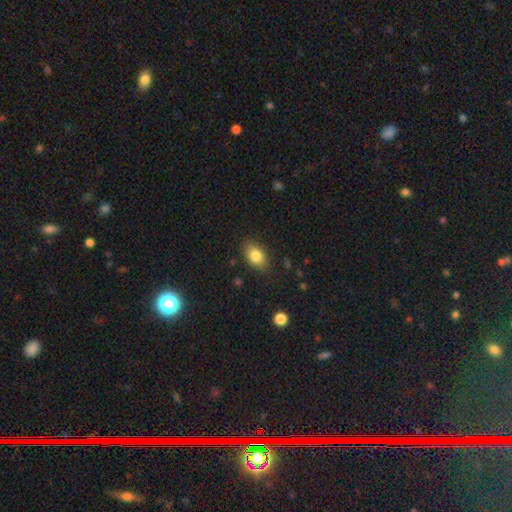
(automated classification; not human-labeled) smooth 83%, featured or disk 9%, star or artifact 8%. Down the decision tree: how rounded — in between (82%); merging — none (83%).